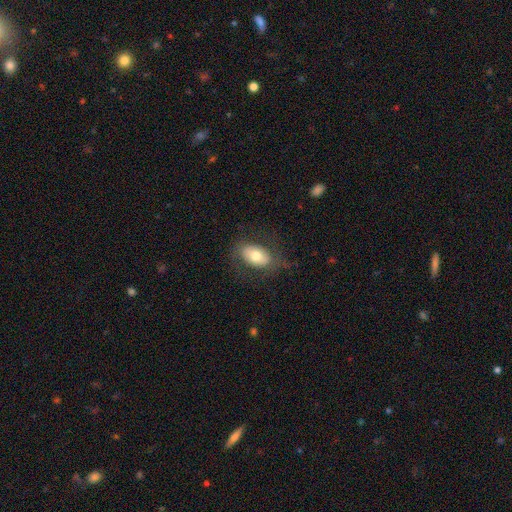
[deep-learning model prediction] Smooth or featured? Predicted: smooth (p=0.68). How rounded? Predicted: in between (p=0.89). Merging? Predicted: none (p=0.73).